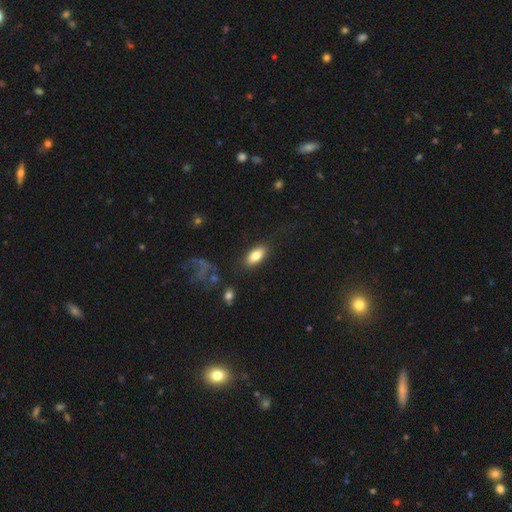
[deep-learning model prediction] Q: Smooth or featured?
A: smooth (80%); runner-up: featured or disk (13%)
Q: How rounded?
A: in between (87%); runner-up: cigar-shaped (9%)
Q: Merging?
A: none (82%); runner-up: minor disturbance (11%)